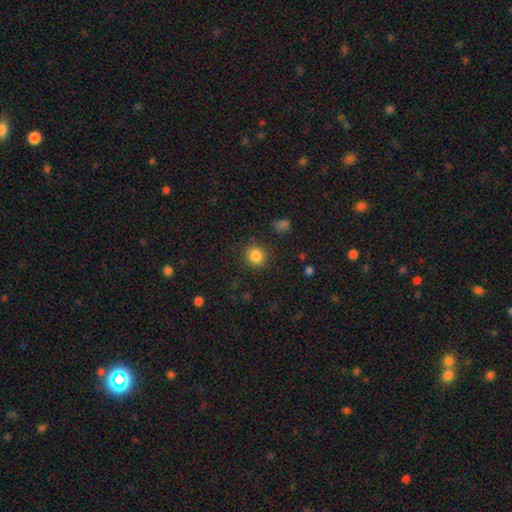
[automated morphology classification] A smooth galaxy with no disk features (85%) that is round (88%).

Vote fractions:
- Smooth or featured? smooth: 85% / star or artifact: 11% / featured or disk: 4%
- How rounded? round: 88% / in between: 11% / cigar-shaped: 1%
- Merging? none: 84% / minor disturbance: 10% / major disturbance: 4% / merger: 2%